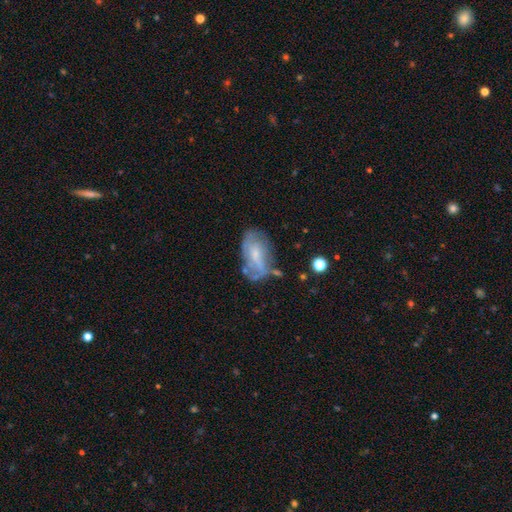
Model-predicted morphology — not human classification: This is possibly a featured or disk galaxy (55%). It is clearly not viewed edge-on (93%). Bar: possibly no (54%). Spiral arm pattern: possibly yes (56%). Central bulge: possibly small (50%). Merging: possibly none (47%).